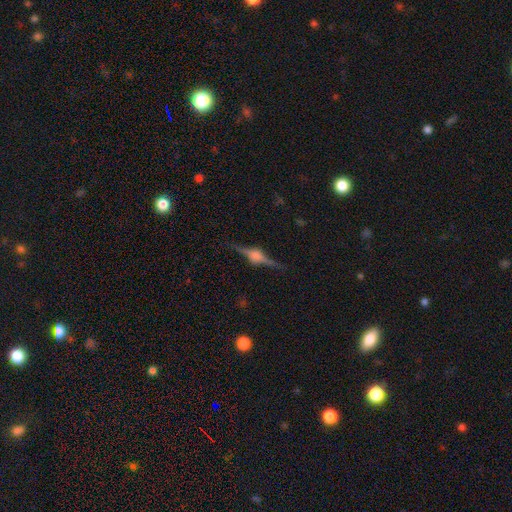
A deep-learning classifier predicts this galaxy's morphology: Smooth or featured? Predicted: featured or disk (p=0.84). Edge-on disk? Predicted: yes (p=0.98). Edge-on bulge? Predicted: rounded (p=0.84). Merging? Predicted: none (p=0.85).